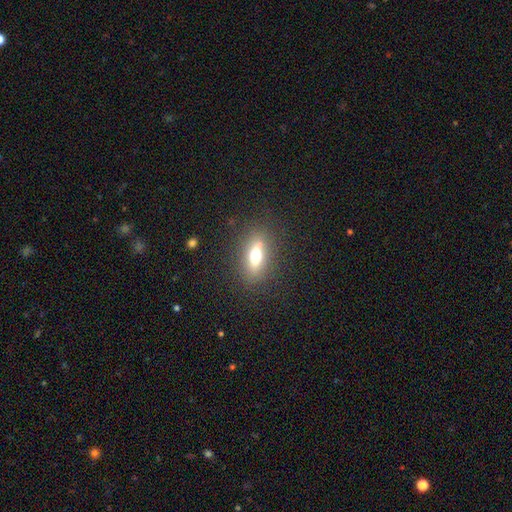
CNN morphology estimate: Smooth or featured: smooth — 61% (featured or disk — 28%)
How rounded: in between — 69% (cigar-shaped — 23%)
Merging: none — 84% (minor disturbance — 11%)